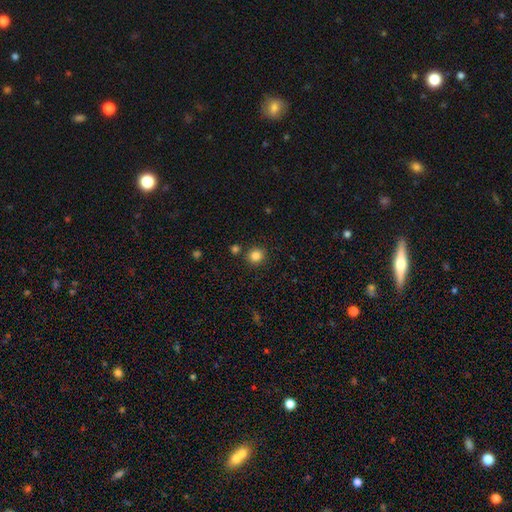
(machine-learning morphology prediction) Smooth or featured?
  - smooth: 83% *
  - star or artifact: 12%
  - featured or disk: 5%
How rounded?
  - round: 91% *
  - in between: 9%
  - cigar-shaped: 1%
Merging?
  - none: 86% *
  - minor disturbance: 7%
  - merger: 5%
  - major disturbance: 2%